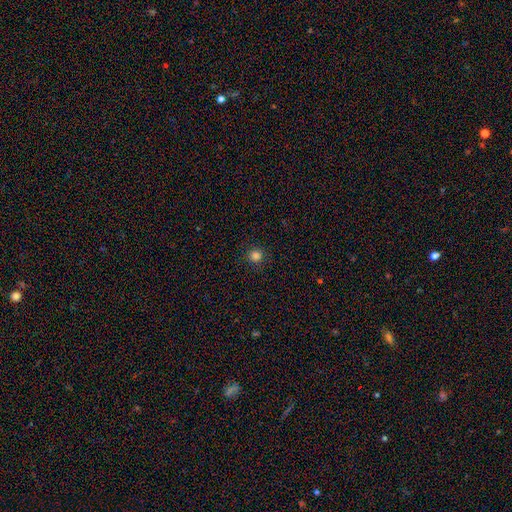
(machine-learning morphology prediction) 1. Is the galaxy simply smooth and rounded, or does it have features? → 82% smooth, 15% star or artifact, 4% featured or disk.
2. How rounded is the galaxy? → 94% round, 5% in between, 1% cigar-shaped.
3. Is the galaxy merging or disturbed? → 92% none, 5% minor disturbance, 2% major disturbance, 1% merger.